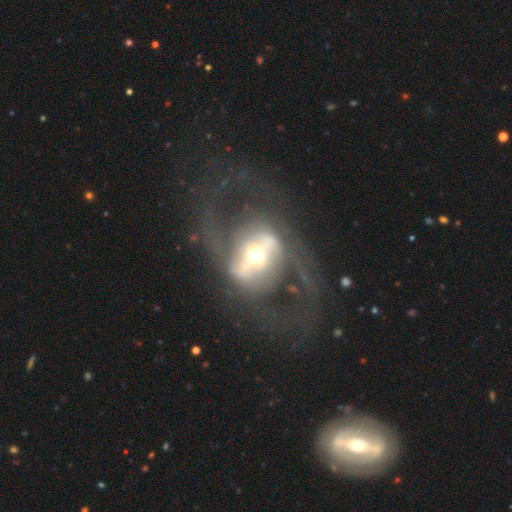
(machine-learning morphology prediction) Smooth or featured? Predicted: featured or disk (p=0.76). Edge-on disk? Predicted: no (p=0.89). Bar? Predicted: strong (p=0.55). Spiral arms? Predicted: yes (p=0.59). Bulge size? Predicted: moderate (p=0.63). Merging? Predicted: none (p=0.54).